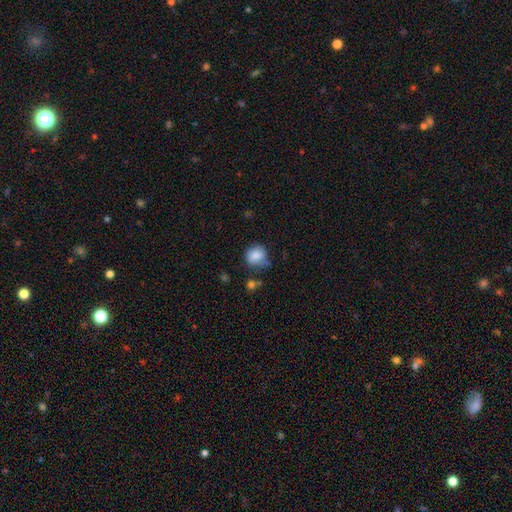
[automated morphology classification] smooth 83%, star or artifact 9%, featured or disk 8%. Down the decision tree: how rounded — round (78%); merging — none (62%).